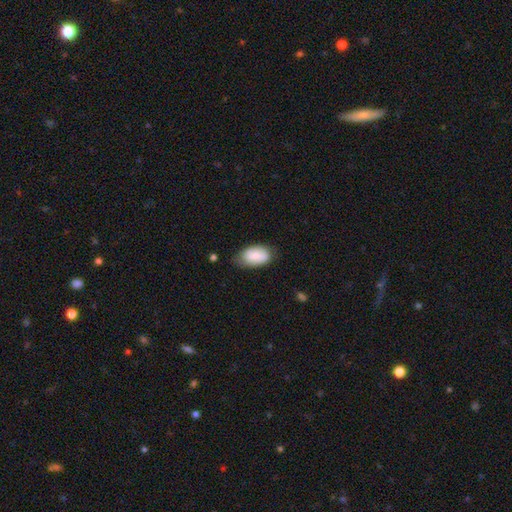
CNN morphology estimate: Smooth or featured?
  - smooth: 81% *
  - featured or disk: 12%
  - star or artifact: 7%
How rounded?
  - in between: 94% *
  - round: 4%
  - cigar-shaped: 2%
Merging?
  - none: 67% *
  - minor disturbance: 26%
  - major disturbance: 5%
  - merger: 3%